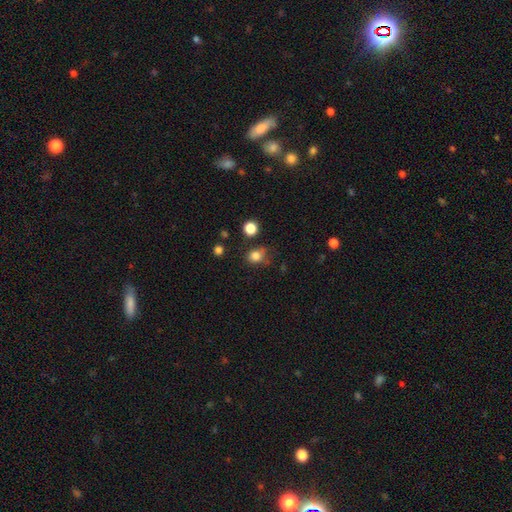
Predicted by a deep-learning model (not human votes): smooth-or-featured: smooth: 81% | star or artifact: 13% | featured or disk: 6%
  how-rounded: round: 64% | in between: 35% | cigar-shaped: 1%
  merging: none: 61% | minor disturbance: 24% | major disturbance: 9% | merger: 6%